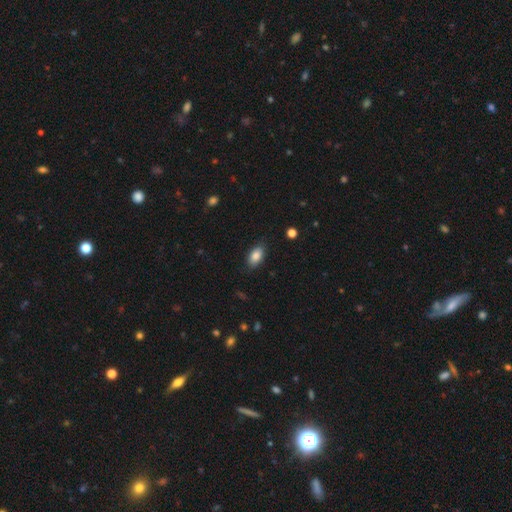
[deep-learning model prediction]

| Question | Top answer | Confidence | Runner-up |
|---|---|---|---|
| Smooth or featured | smooth | 86% | star or artifact (8%) |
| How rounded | in between | 91% | round (6%) |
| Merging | none | 83% | minor disturbance (13%) |